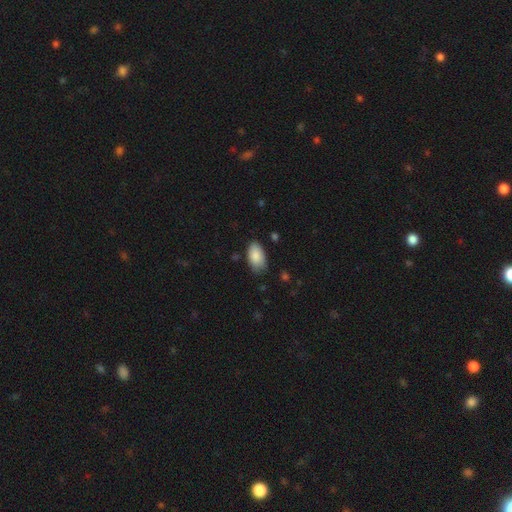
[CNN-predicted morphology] A smooth galaxy with no disk features (87%) that is in between round and cigar-shaped (95%).

Vote fractions:
- Smooth or featured? smooth: 87% / star or artifact: 6% / featured or disk: 6%
- How rounded? in between: 95% / round: 3% / cigar-shaped: 2%
- Merging? none: 75% / minor disturbance: 20% / major disturbance: 3% / merger: 1%